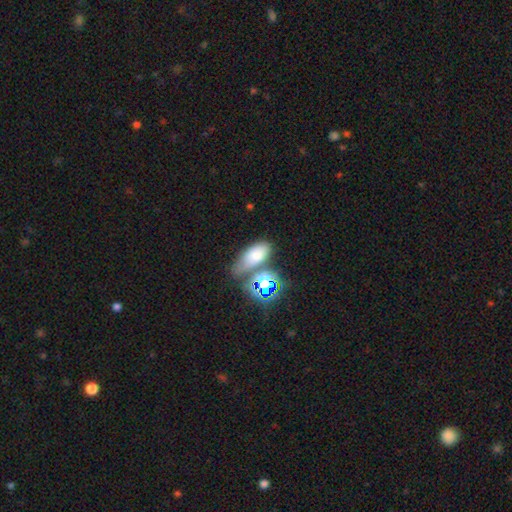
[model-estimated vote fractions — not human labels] This is possibly a smooth galaxy (60%). How rounded: clearly in between (81%). Merging: possibly none (52%).